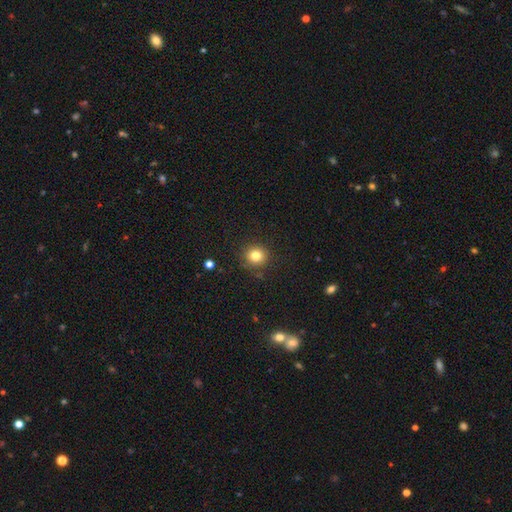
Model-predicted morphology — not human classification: Smooth or featured? Predicted: smooth (p=0.81). How rounded? Predicted: round (p=0.90). Merging? Predicted: none (p=0.89).